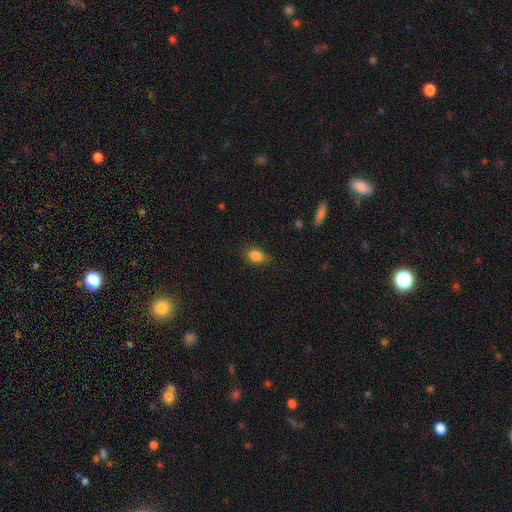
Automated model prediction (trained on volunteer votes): Smooth or featured: smooth — 85% (star or artifact — 9%)
How rounded: in between — 71% (round — 26%)
Merging: none — 69% (minor disturbance — 24%)